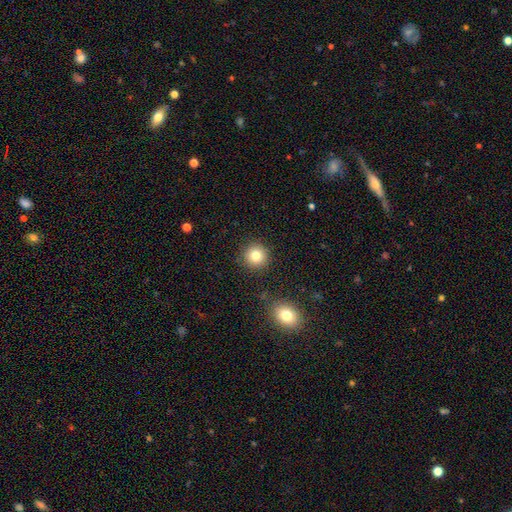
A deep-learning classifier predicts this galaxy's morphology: Overall: smooth (81%). How rounded: round (94%). Merging: none (89%).